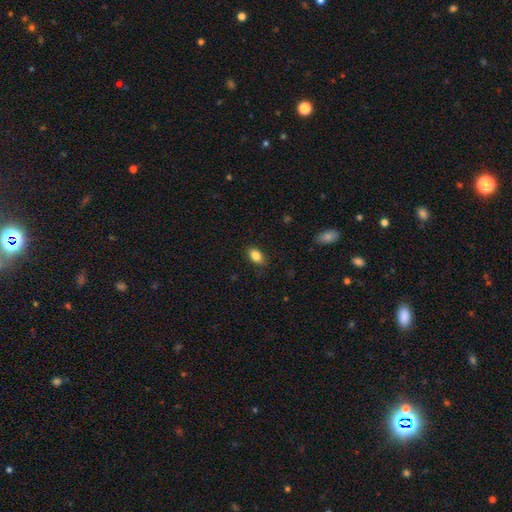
Volunteers were most divided on "how rounded": in between: 85%, round: 15%, cigar-shaped: 0%. More confident: merging — none (97%); smooth or featured — smooth (89%).